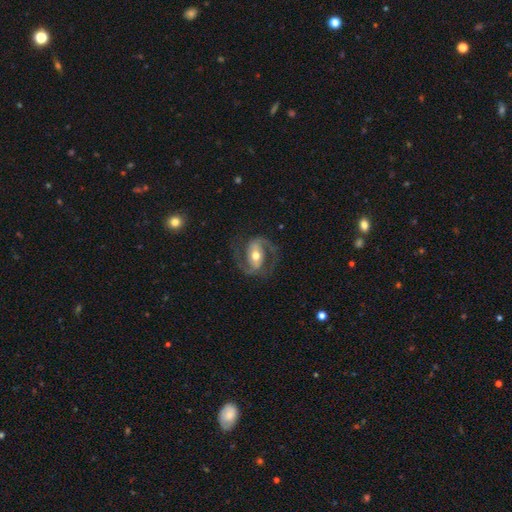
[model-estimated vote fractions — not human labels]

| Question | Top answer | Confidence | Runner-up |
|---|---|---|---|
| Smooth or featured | featured or disk | 87% | smooth (8%) |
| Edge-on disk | no | 97% | yes (3%) |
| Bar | strong | 39% | weak (37%) |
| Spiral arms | yes | 95% | no (5%) |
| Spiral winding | medium | 58% | loose (23%) |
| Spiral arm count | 2 | 92% | can't tell (3%) |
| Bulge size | moderate | 72% | small (14%) |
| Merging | none | 77% | minor disturbance (13%) |